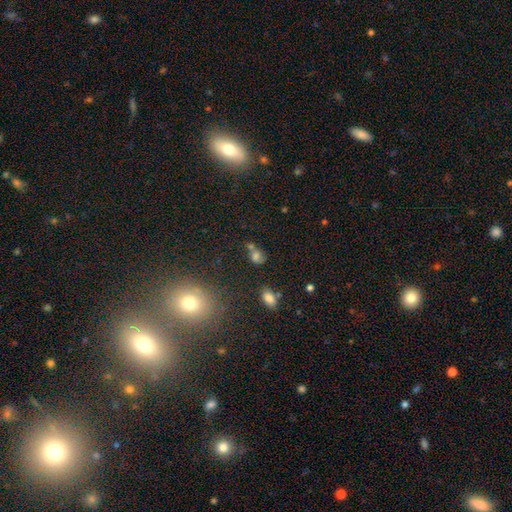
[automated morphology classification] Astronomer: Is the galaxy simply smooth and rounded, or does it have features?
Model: smooth — 70%.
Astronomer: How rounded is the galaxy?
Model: in between — 50% (runner-up: round, 47%).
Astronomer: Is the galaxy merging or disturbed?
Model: none — 43% (runner-up: merger, 34%).